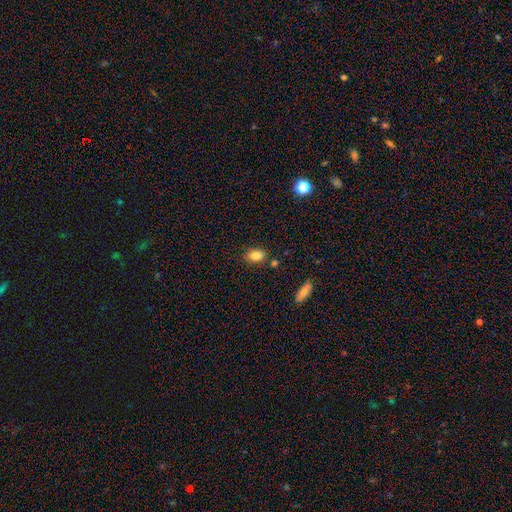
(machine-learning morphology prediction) Smooth or featured?
  - smooth: 83% *
  - star or artifact: 9%
  - featured or disk: 8%
How rounded?
  - in between: 81% *
  - round: 17%
  - cigar-shaped: 2%
Merging?
  - none: 78% *
  - minor disturbance: 13%
  - merger: 6%
  - major disturbance: 3%